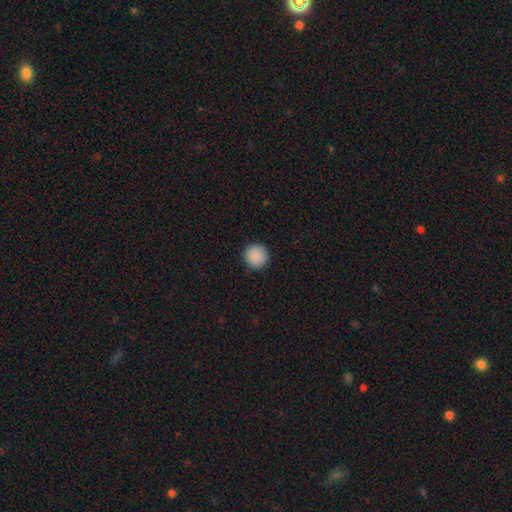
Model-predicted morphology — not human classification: A smooth galaxy with no disk features (90%) that is round (94%).

Vote fractions:
- Smooth or featured? smooth: 90% / star or artifact: 8% / featured or disk: 3%
- How rounded? round: 94% / in between: 5% / cigar-shaped: 1%
- Merging? none: 92% / minor disturbance: 6% / major disturbance: 2% / merger: 1%